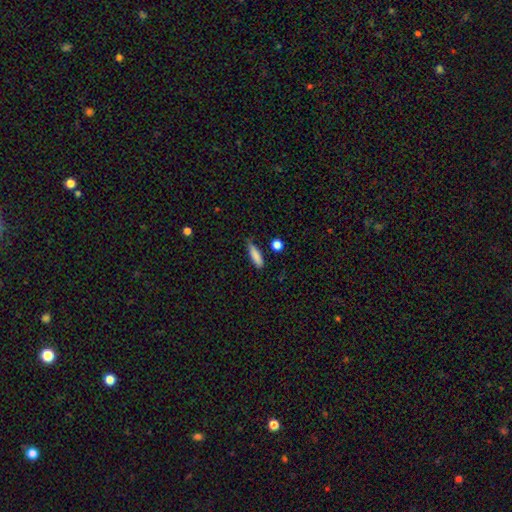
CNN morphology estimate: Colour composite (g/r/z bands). It shows a smooth galaxy with no disk features (84%) that is cigar-shaped (65%). Merging: none (69%).